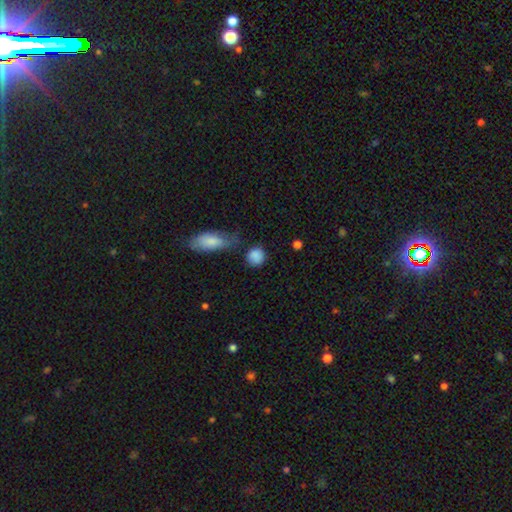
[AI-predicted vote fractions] Morphology: type=smooth (87%); roundness=round (82%); merging=none (71%).